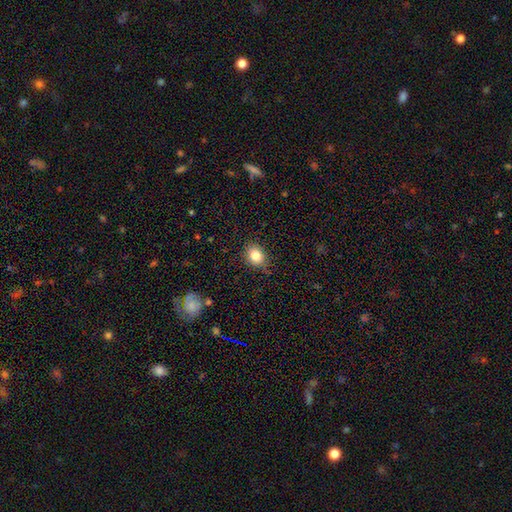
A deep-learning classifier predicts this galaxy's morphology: smooth 84%, star or artifact 10%, featured or disk 6%. Down the decision tree: how rounded — round (52%); merging — none (83%).